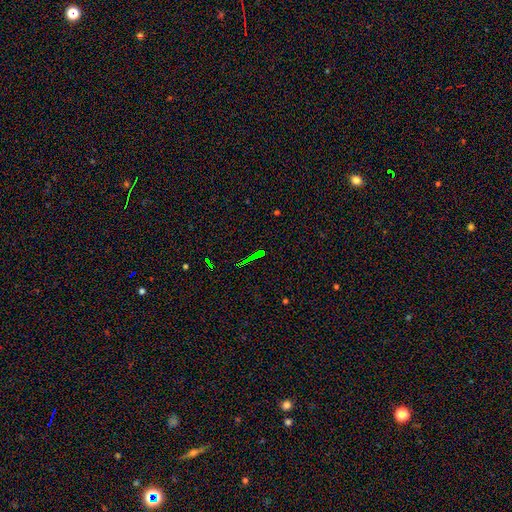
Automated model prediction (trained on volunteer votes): A star or artifact, not a galaxy (70%).

Vote fractions:
- Smooth or featured? star or artifact: 70% / smooth: 17% / featured or disk: 13%